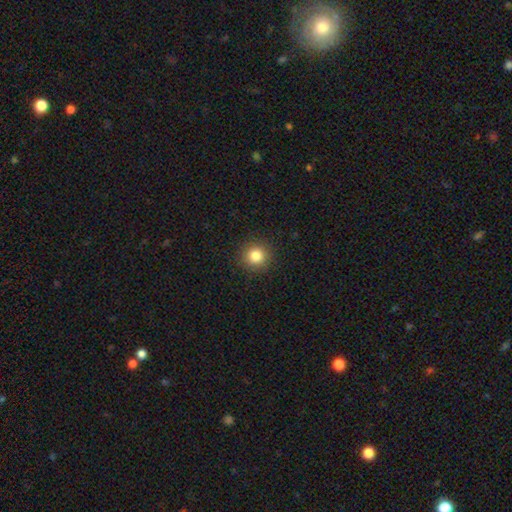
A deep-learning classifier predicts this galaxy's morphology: Q: Smooth or featured?
A: smooth (83%); runner-up: star or artifact (11%)
Q: How rounded?
A: round (93%); runner-up: in between (6%)
Q: Merging?
A: none (91%); runner-up: minor disturbance (6%)